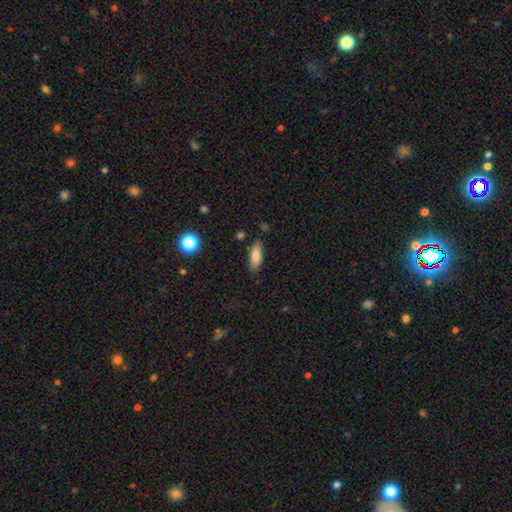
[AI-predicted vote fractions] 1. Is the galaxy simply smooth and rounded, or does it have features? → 82% smooth, 10% featured or disk, 8% star or artifact.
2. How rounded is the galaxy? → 68% in between, 30% cigar-shaped, 2% round.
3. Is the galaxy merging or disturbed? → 84% none, 12% minor disturbance, 3% major disturbance, 2% merger.